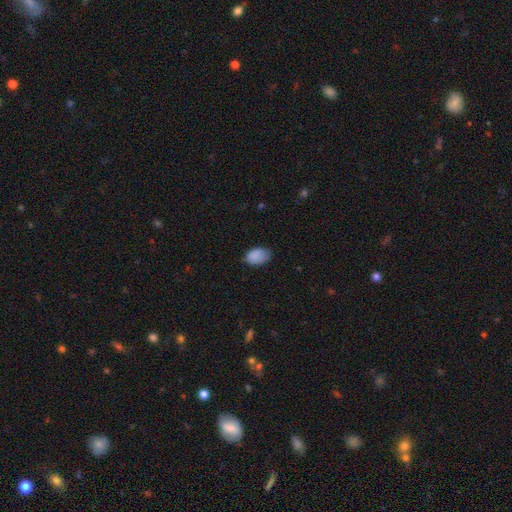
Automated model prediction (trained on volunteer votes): Smooth or featured: smooth — 87% (star or artifact — 8%)
How rounded: in between — 90% (round — 9%)
Merging: none — 67% (minor disturbance — 27%)